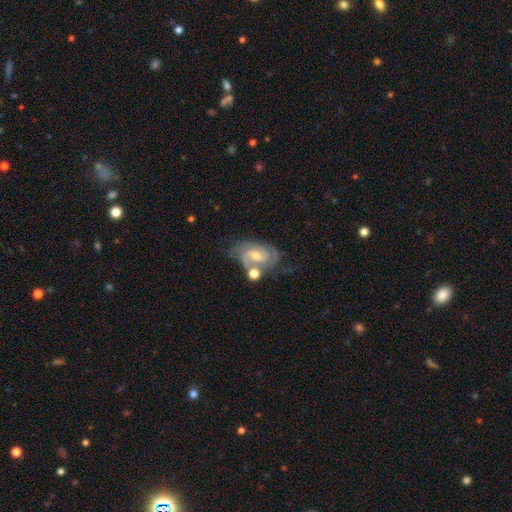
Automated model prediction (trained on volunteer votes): featured or disk 80%, smooth 14%, star or artifact 7%. Down the decision tree: edge-on disk — no (96%); bar — weak (45%); spiral arms — yes (95%); spiral arm count — 2 (68%); spiral winding — medium (44%); bulge size — moderate (55%); merging — none (50%).